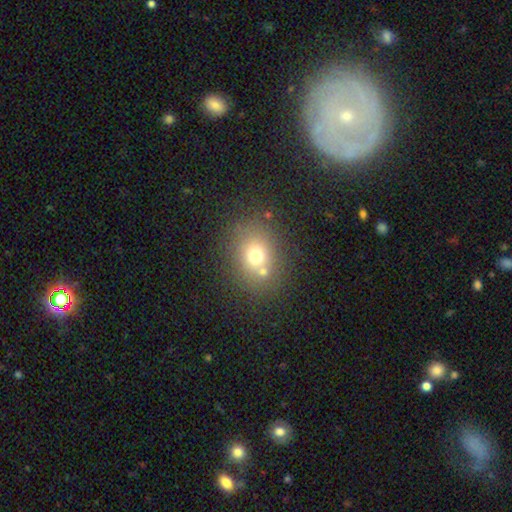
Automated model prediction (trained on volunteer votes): A smooth galaxy with no disk features (67%) that is round (62%).

Vote fractions:
- Smooth or featured? smooth: 67% / star or artifact: 19% / featured or disk: 14%
- How rounded? round: 62% / in between: 37% / cigar-shaped: 1%
- Merging? none: 68% / merger: 16% / minor disturbance: 11% / major disturbance: 5%